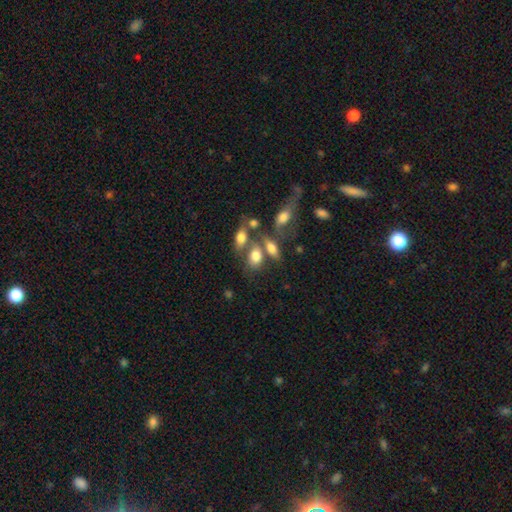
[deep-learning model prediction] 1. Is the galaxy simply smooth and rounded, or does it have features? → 74% smooth, 15% featured or disk, 10% star or artifact.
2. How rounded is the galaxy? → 81% in between, 15% round, 4% cigar-shaped.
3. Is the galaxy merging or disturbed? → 41% merger, 37% none, 13% minor disturbance, 9% major disturbance.